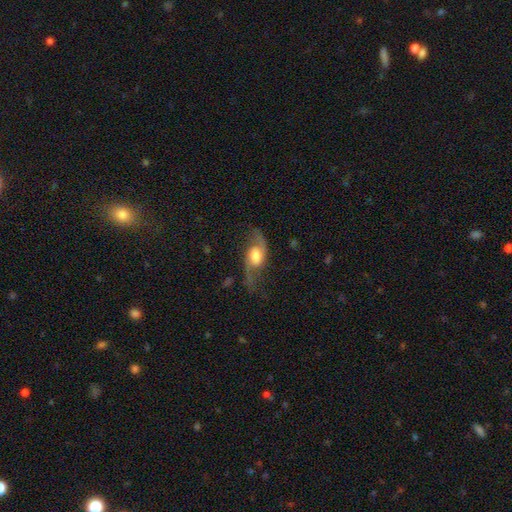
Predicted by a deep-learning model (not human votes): Q: Smooth or featured?
A: featured or disk (79%); runner-up: smooth (15%)
Q: Edge-on disk?
A: no (92%); runner-up: yes (8%)
Q: Bar?
A: no (49%); runner-up: weak (40%)
Q: Spiral arms?
A: yes (94%); runner-up: no (6%)
Q: Spiral winding?
A: loose (70%); runner-up: medium (25%)
Q: Spiral arm count?
A: 2 (91%); runner-up: 1 (3%)
Q: Bulge size?
A: moderate (50%); runner-up: large (33%)
Q: Merging?
A: none (62%); runner-up: minor disturbance (19%)